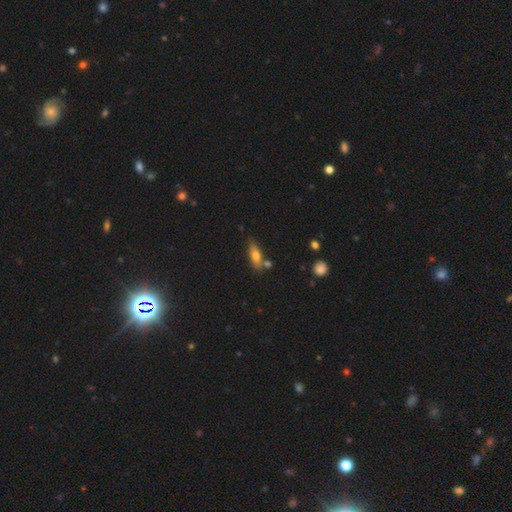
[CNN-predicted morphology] Smooth or featured? smooth (66%)
How rounded? in between (58%)
Merging? none (67%)